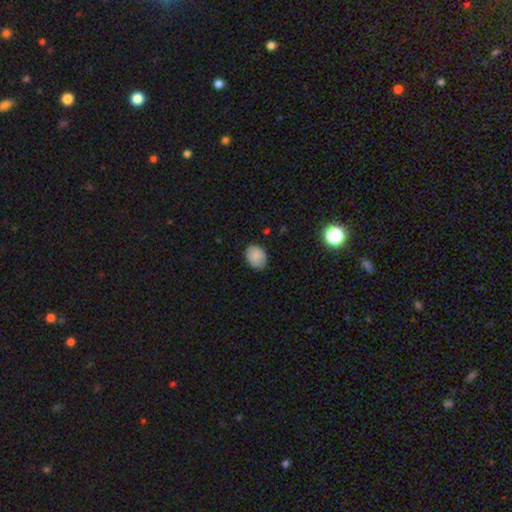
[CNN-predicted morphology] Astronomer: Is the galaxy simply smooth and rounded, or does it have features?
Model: smooth — 86%.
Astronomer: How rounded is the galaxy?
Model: in between — 65%.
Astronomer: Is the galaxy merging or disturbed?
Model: none — 76%.